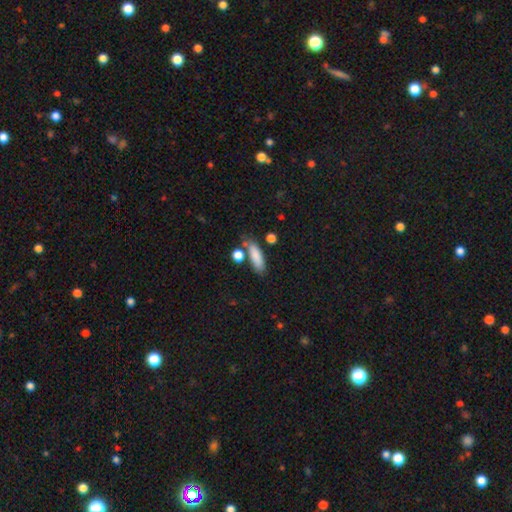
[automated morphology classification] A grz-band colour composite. It shows a smooth galaxy with no disk features (84%) that is in between round and cigar-shaped (56%). Merging: none (68%).